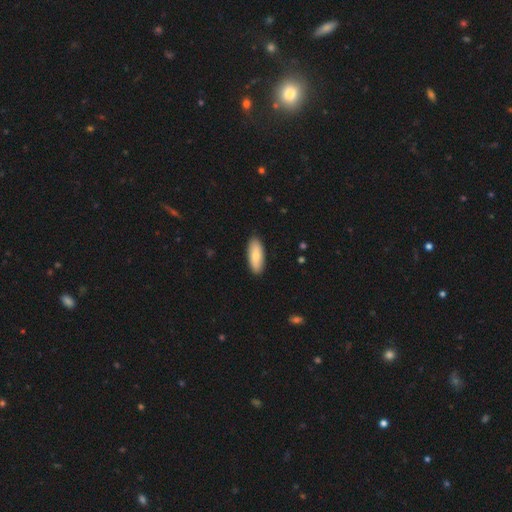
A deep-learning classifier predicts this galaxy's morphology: Q: Smooth or featured?
A: smooth (78%); runner-up: featured or disk (17%)
Q: How rounded?
A: in between (77%); runner-up: cigar-shaped (21%)
Q: Merging?
A: none (89%); runner-up: minor disturbance (8%)